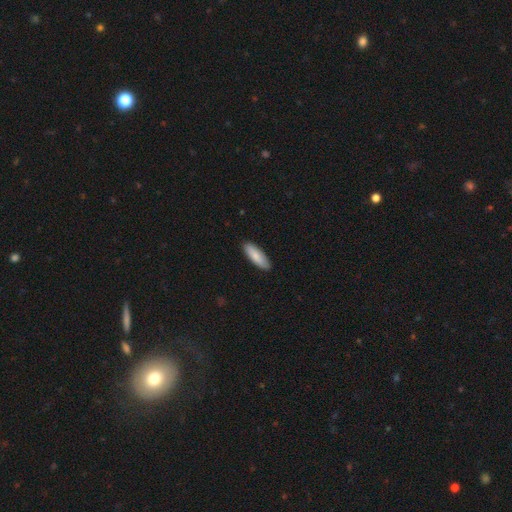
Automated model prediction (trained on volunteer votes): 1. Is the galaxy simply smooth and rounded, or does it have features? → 82% smooth, 13% featured or disk, 5% star or artifact.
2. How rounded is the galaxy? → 56% in between, 43% cigar-shaped, 2% round.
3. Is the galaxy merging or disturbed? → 89% none, 8% minor disturbance, 1% major disturbance, 1% merger.